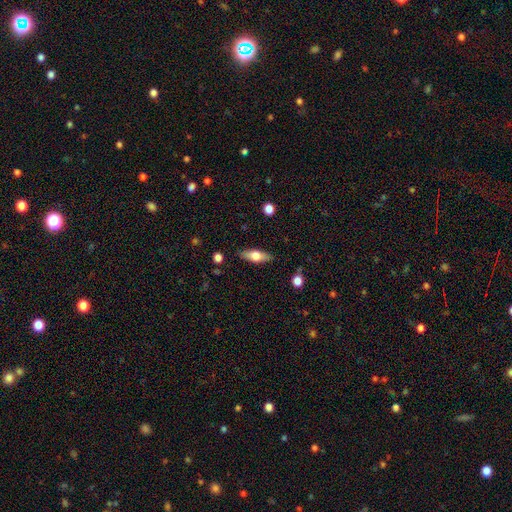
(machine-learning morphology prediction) Smooth or featured? Predicted: smooth (p=0.59). How rounded? Predicted: in between (p=0.63). Merging? Predicted: none (p=0.87).